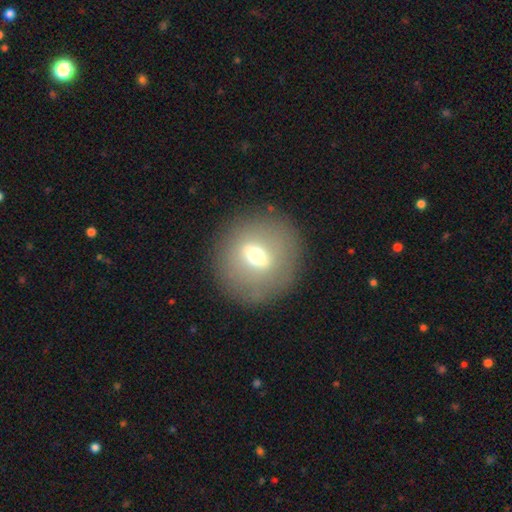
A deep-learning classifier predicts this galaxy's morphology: Q: Smooth or featured?
A: smooth (56%); runner-up: featured or disk (32%)
Q: How rounded?
A: round (91%); runner-up: in between (8%)
Q: Merging?
A: none (88%); runner-up: minor disturbance (8%)